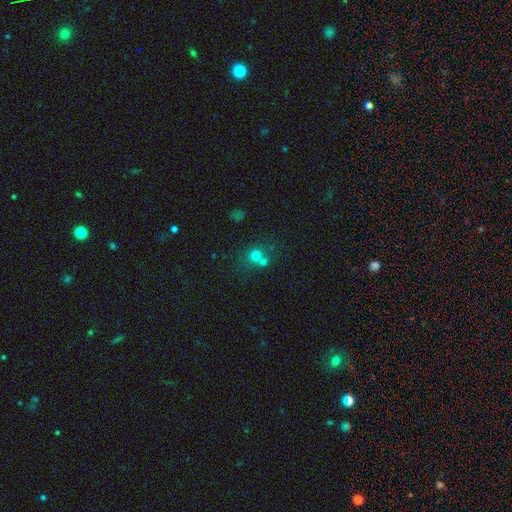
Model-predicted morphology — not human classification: The model was most divided on "merging": merger: 47%, none: 43%, minor disturbance: 7%, major disturbance: 3%. More confident: how rounded — round (83%); smooth or featured — smooth (69%).